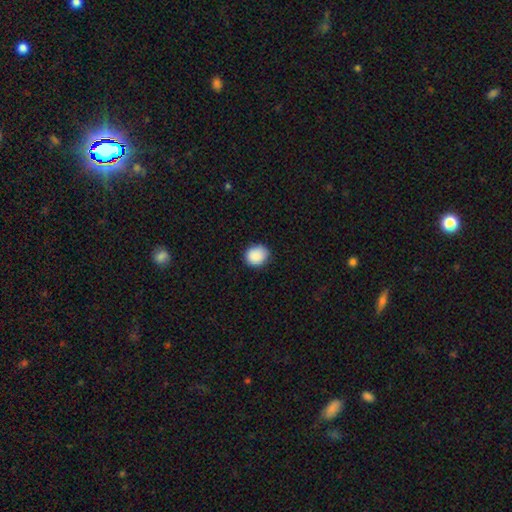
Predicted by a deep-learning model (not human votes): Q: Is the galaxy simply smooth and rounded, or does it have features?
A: smooth — 89%.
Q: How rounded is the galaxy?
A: round — 72%.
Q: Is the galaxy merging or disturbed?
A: none — 84%.